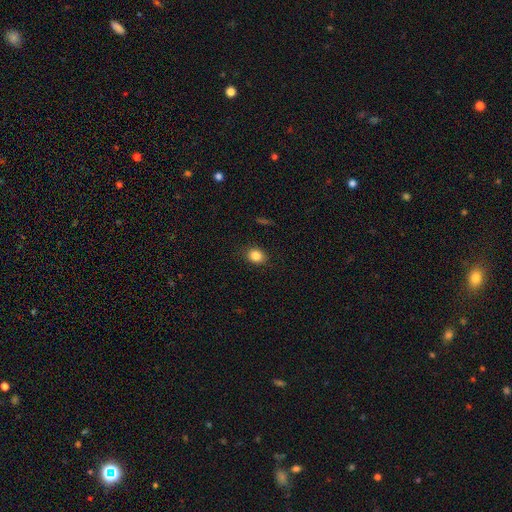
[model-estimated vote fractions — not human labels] The model was most divided on "how rounded": round: 50%, in between: 49%, cigar-shaped: 1%. More confident: merging — none (88%); smooth or featured — smooth (85%).